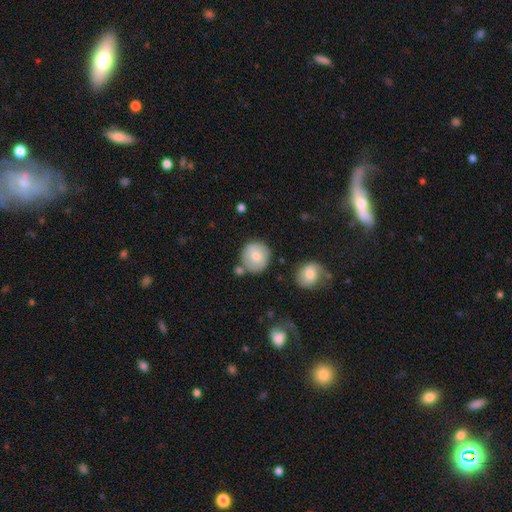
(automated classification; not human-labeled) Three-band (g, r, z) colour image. It shows a smooth galaxy with no disk features (73%) that is round (90%). Merging: none (74%).